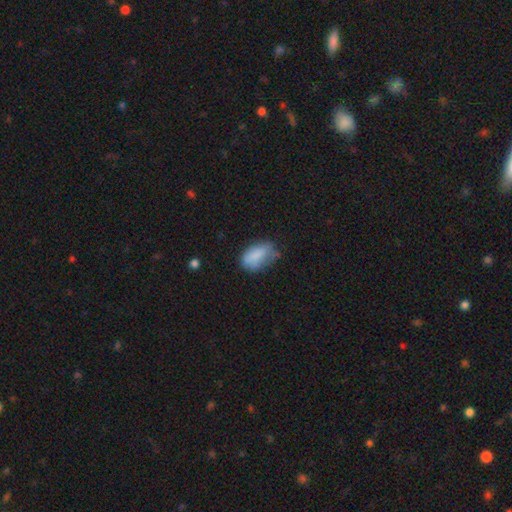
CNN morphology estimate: smooth 81%, featured or disk 11%, star or artifact 8%. Down the decision tree: how rounded — in between (90%); merging — none (44%).